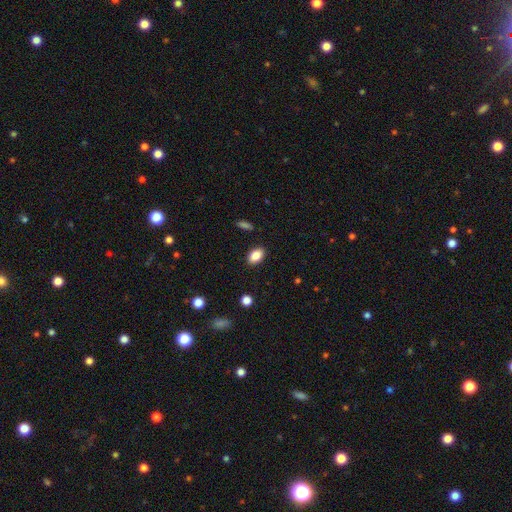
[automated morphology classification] Smooth or featured? Predicted: smooth (p=0.86). How rounded? Predicted: in between (p=0.88). Merging? Predicted: none (p=0.88).